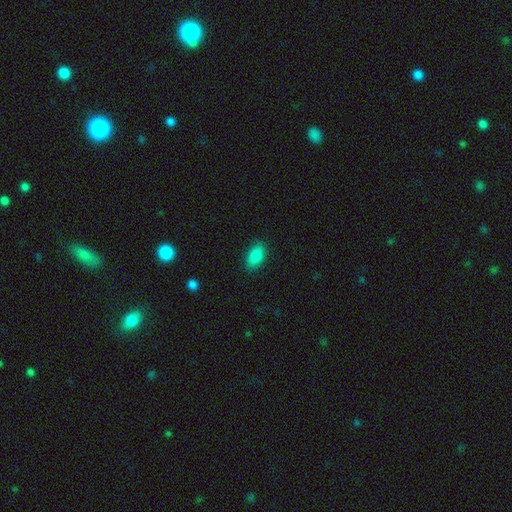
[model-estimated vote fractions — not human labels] A smooth galaxy with no disk features (87%) that is in between round and cigar-shaped (91%). Merging: none (86%).